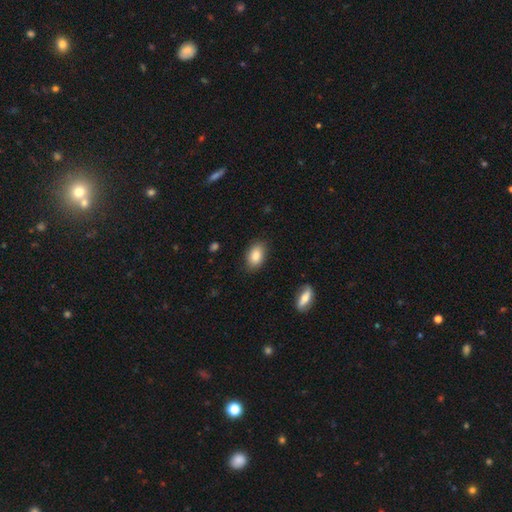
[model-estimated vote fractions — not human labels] smooth-or-featured: smooth: 86% | star or artifact: 7% | featured or disk: 7%
  how-rounded: in between: 90% | round: 8% | cigar-shaped: 2%
  merging: none: 84% | minor disturbance: 12% | major disturbance: 3% | merger: 1%